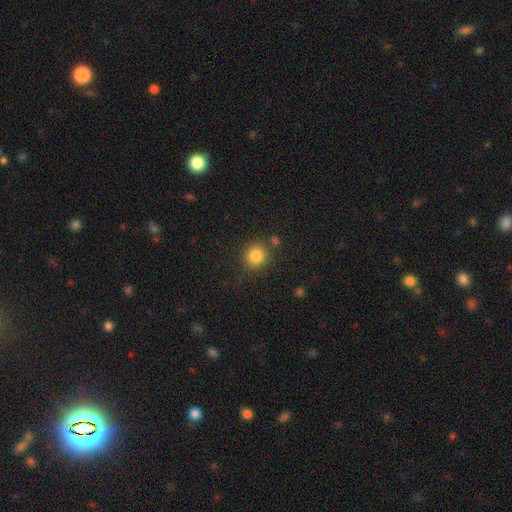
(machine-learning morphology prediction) A smooth galaxy with no disk features (85%) that is round (89%). Merging: none (82%).